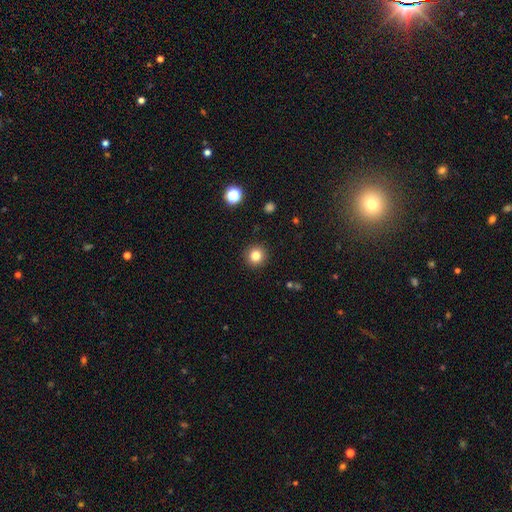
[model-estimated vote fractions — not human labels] Smooth or featured? smooth (82%)
How rounded? round (94%)
Merging? none (92%)